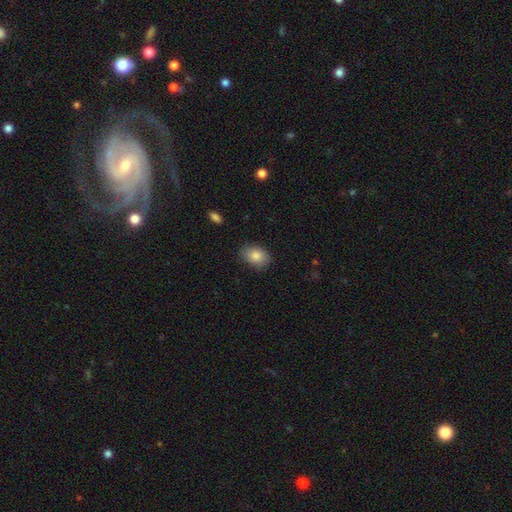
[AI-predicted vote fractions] smooth-or-featured: smooth: 85% | featured or disk: 8% | star or artifact: 7%
  how-rounded: in between: 81% | round: 18% | cigar-shaped: 1%
  merging: none: 83% | minor disturbance: 13% | major disturbance: 3% | merger: 1%